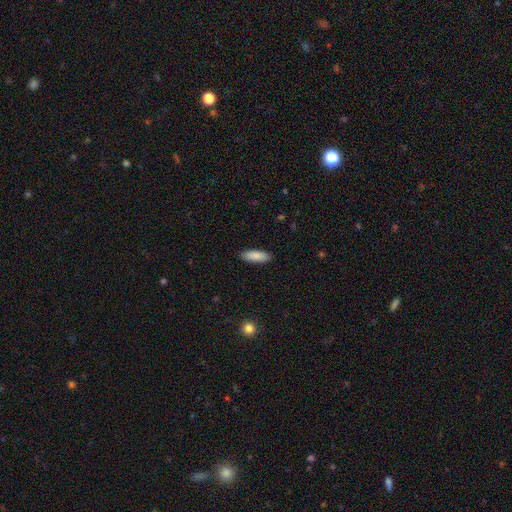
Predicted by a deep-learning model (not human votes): A smooth galaxy with no disk features (88%) that is in between round and cigar-shaped (62%).

Vote fractions:
- Smooth or featured? smooth: 88% / featured or disk: 6% / star or artifact: 6%
- How rounded? in between: 62% / cigar-shaped: 36% / round: 2%
- Merging? none: 90% / minor disturbance: 8% / major disturbance: 2% / merger: 1%